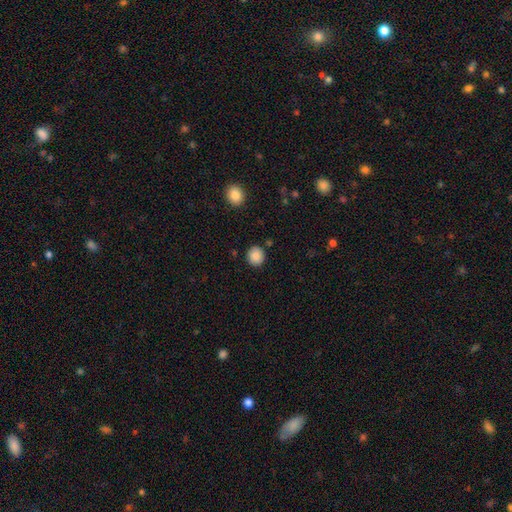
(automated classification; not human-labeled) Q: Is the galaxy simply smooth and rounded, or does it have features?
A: smooth — 87%.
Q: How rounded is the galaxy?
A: round — 86%.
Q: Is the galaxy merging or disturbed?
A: none — 88%.